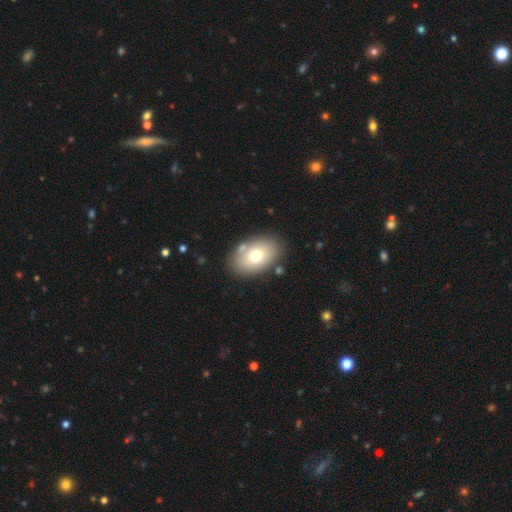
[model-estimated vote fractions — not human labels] Smooth or featured? Predicted: smooth (p=0.70). How rounded? Predicted: in between (p=0.84). Merging? Predicted: none (p=0.81).